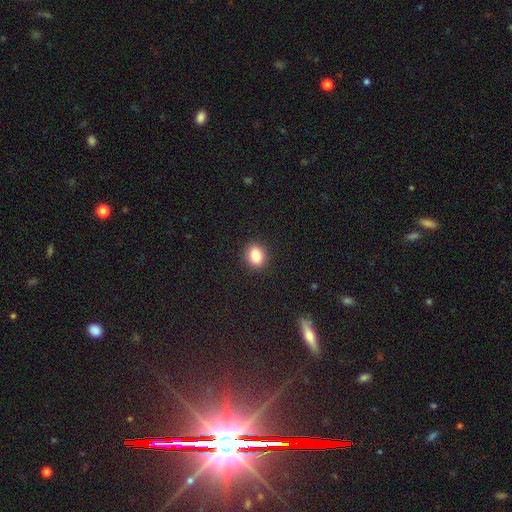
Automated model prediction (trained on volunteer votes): Smooth or featured? Predicted: smooth (p=0.84). How rounded? Predicted: round (p=0.60). Merging? Predicted: none (p=0.90).